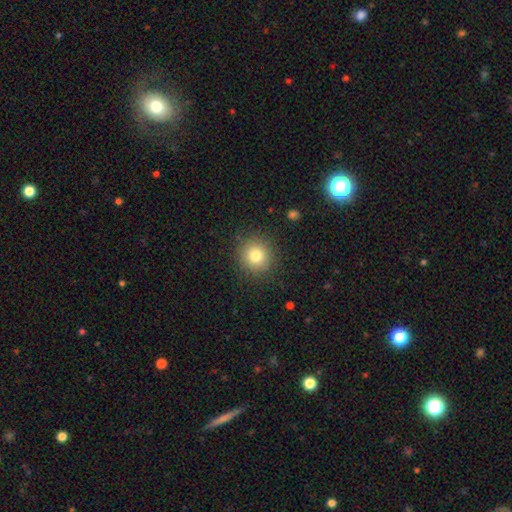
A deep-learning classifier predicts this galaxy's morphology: Smooth or featured? Predicted: smooth (p=0.79). How rounded? Predicted: round (p=0.92). Merging? Predicted: none (p=0.89).